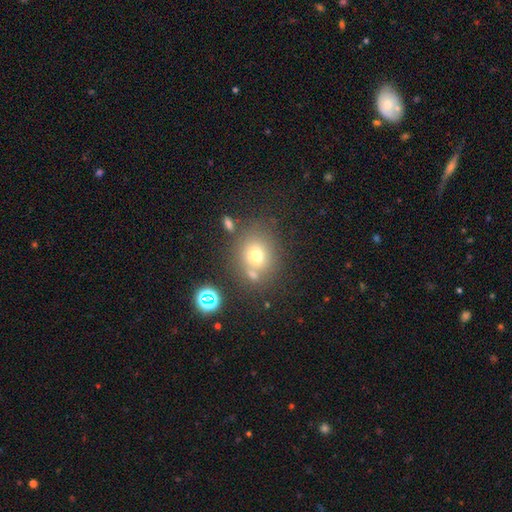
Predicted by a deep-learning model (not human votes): A smooth galaxy with no disk features (70%) that is round (72%). Merging: none (64%).